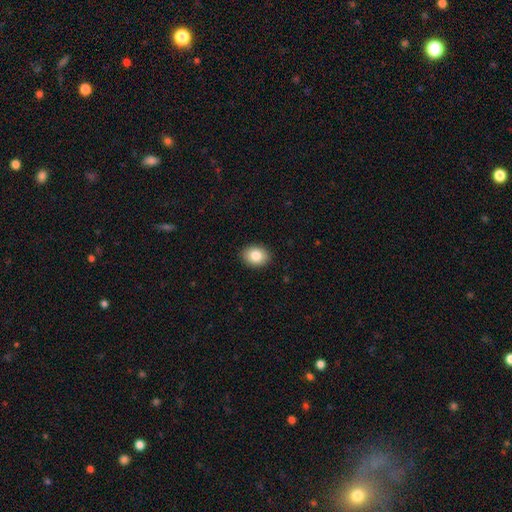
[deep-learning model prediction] The model was most divided on "how rounded": in between: 57%, round: 42%, cigar-shaped: 1%. More confident: merging — none (90%); smooth or featured — smooth (84%).